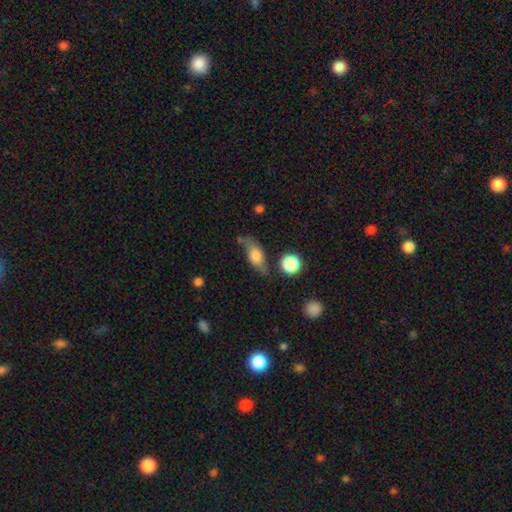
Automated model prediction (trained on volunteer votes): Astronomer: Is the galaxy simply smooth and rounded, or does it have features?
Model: smooth — 63%.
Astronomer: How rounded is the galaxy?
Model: in between — 70%.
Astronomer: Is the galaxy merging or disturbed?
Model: none — 64%.